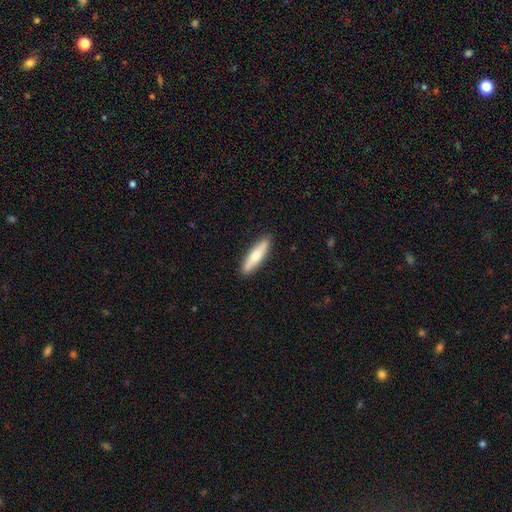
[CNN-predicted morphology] type=smooth (62%); roundness=cigar-shaped (76%); merging=none (90%).